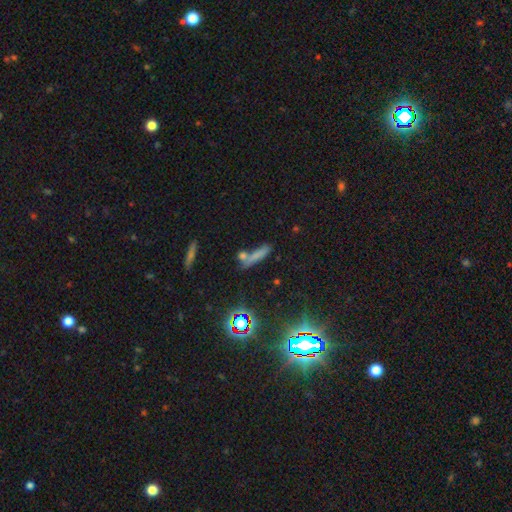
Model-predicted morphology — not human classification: Smooth or featured? smooth (61%)
How rounded? cigar-shaped (72%)
Merging? none (46%)